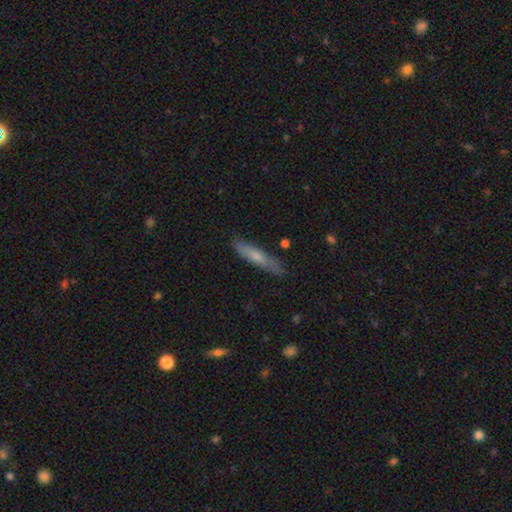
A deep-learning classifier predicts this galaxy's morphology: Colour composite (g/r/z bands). It shows a smooth galaxy with no disk features (61%) that is cigar-shaped (88%). Merging: none (83%).